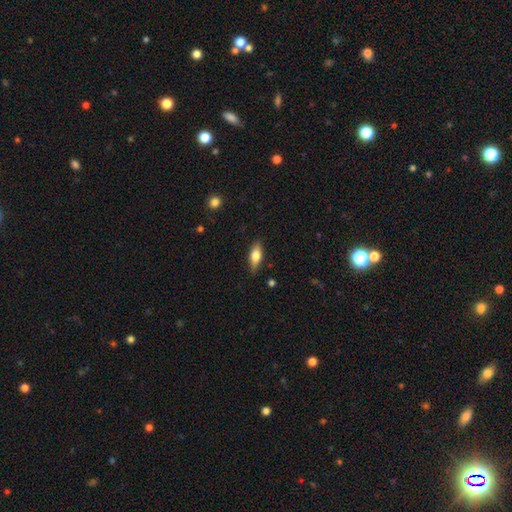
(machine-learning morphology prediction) Smooth or featured?
  - smooth: 67% *
  - featured or disk: 26%
  - star or artifact: 7%
How rounded?
  - in between: 72% *
  - cigar-shaped: 25%
  - round: 3%
Merging?
  - none: 84% *
  - minor disturbance: 12%
  - major disturbance: 3%
  - merger: 1%